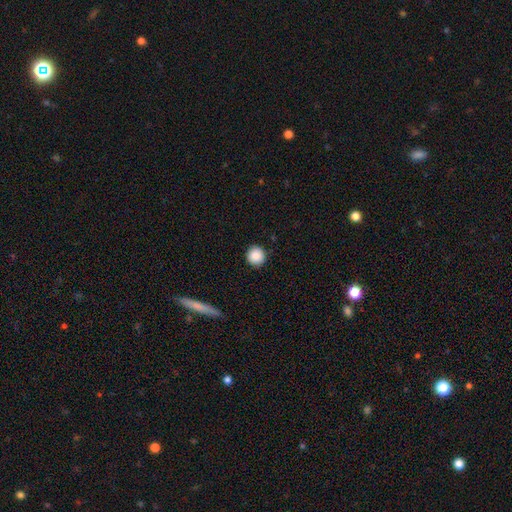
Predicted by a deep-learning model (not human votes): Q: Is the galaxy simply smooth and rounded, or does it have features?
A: smooth — 89%.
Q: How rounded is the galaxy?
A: round — 94%.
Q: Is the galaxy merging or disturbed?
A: none — 92%.